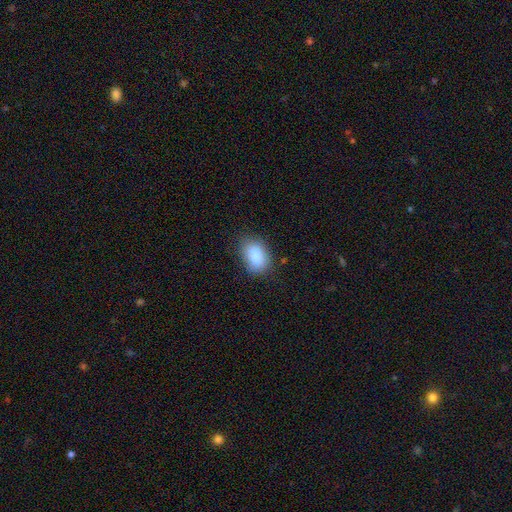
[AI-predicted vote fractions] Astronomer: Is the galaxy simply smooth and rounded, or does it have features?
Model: smooth — 86%.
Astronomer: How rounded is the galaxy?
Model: in between — 87%.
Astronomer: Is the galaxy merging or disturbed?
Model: none — 74%.